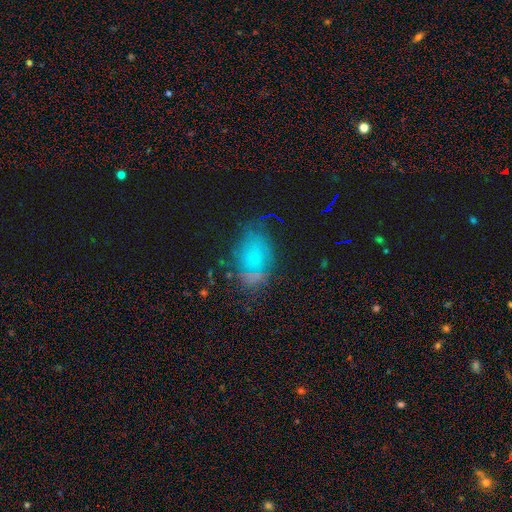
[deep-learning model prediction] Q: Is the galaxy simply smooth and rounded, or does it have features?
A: smooth — 52%.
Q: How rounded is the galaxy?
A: in between — 83%.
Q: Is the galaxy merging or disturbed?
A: none — 51%.